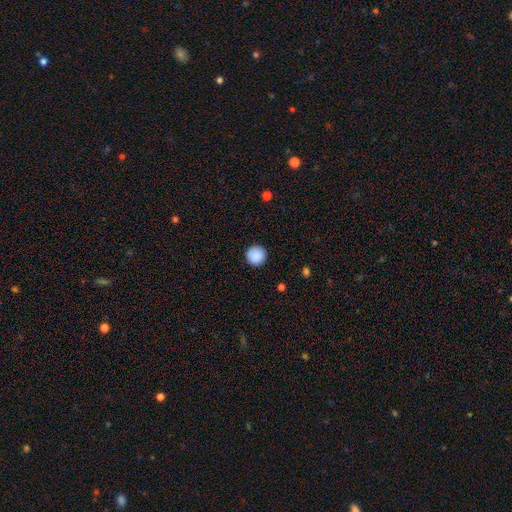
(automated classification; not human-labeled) This is clearly a smooth galaxy (89%). How rounded: clearly round (96%). Merging: clearly none (92%).